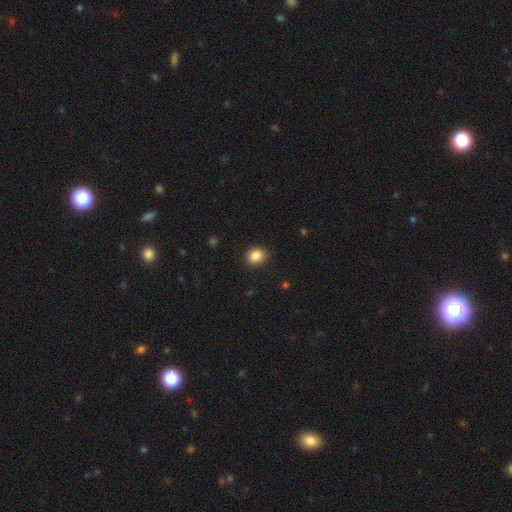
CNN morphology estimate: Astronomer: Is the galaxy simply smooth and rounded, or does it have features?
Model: smooth — 87%.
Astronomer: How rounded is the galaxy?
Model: round — 63%.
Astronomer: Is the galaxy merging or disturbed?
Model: none — 89%.